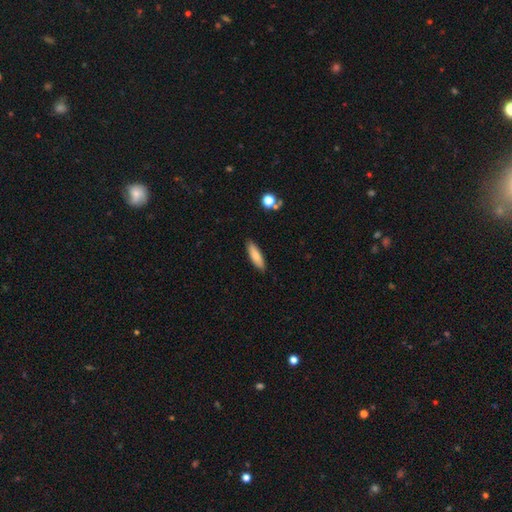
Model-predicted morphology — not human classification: A smooth galaxy with no disk features (81%) that is cigar-shaped (59%). Merging: none (88%).